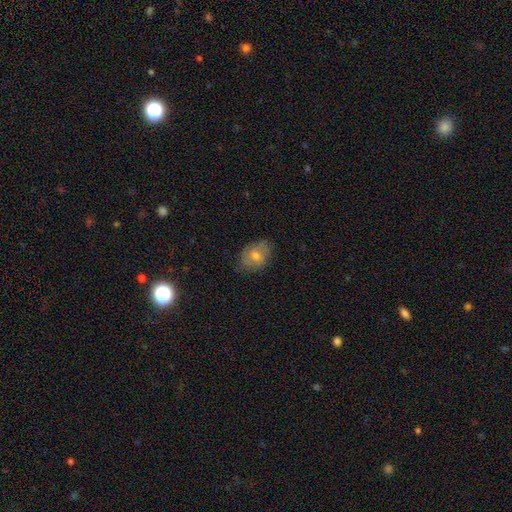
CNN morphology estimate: smooth-or-featured: smooth: 58% | featured or disk: 29% | star or artifact: 13%
  how-rounded: in between: 65% | round: 34% | cigar-shaped: 1%
  merging: none: 77% | minor disturbance: 18% | major disturbance: 4% | merger: 1%